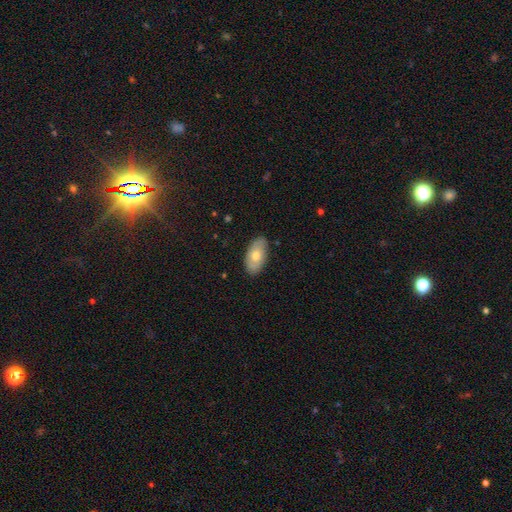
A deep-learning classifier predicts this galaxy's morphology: smooth 64%, featured or disk 29%, star or artifact 6%. Down the decision tree: how rounded — in between (94%); merging — none (85%).